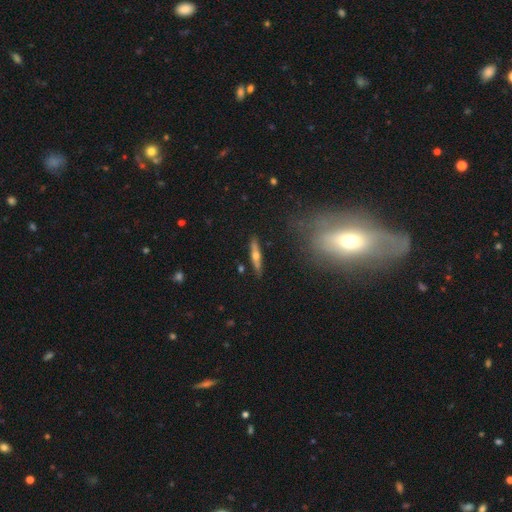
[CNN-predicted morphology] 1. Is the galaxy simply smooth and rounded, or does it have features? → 57% featured or disk, 36% smooth, 7% star or artifact.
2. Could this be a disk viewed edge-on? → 93% yes, 7% no.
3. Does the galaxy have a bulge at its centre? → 92% rounded, 5% none, 3% boxy.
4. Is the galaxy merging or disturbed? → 87% none, 8% minor disturbance, 2% merger, 2% major disturbance.